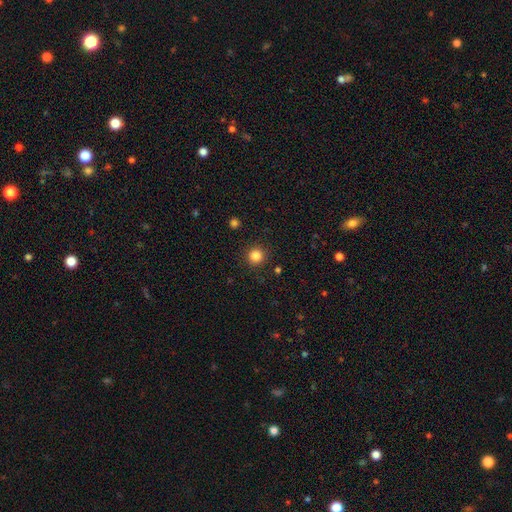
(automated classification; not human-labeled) This is clearly a smooth galaxy (84%). How rounded: clearly round (95%). Merging: clearly none (91%).